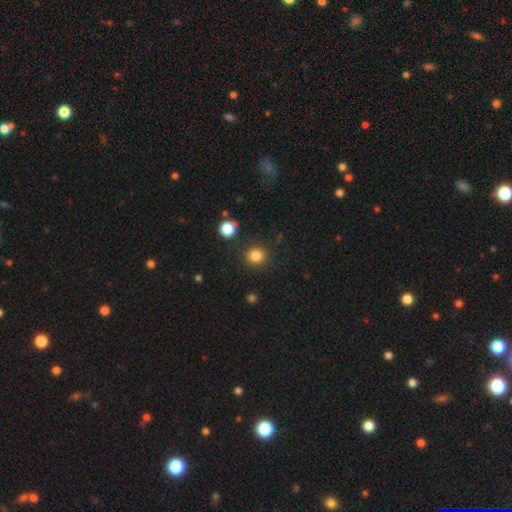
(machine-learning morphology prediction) Smooth or featured? smooth (83%)
How rounded? round (90%)
Merging? none (87%)